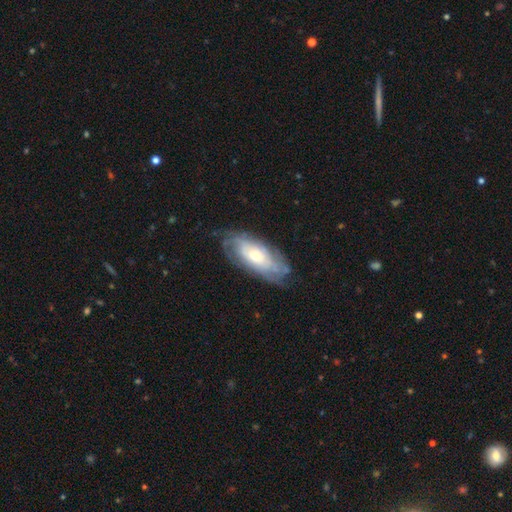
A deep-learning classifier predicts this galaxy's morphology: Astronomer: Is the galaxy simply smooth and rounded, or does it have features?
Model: featured or disk — 67%.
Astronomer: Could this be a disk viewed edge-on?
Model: no — 86%.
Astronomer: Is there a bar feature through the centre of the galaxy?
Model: no — 78%.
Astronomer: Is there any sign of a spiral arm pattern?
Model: yes — 79%.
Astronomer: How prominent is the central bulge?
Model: moderate — 50% (runner-up: small, 41%).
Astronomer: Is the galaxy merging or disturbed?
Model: none — 71%.